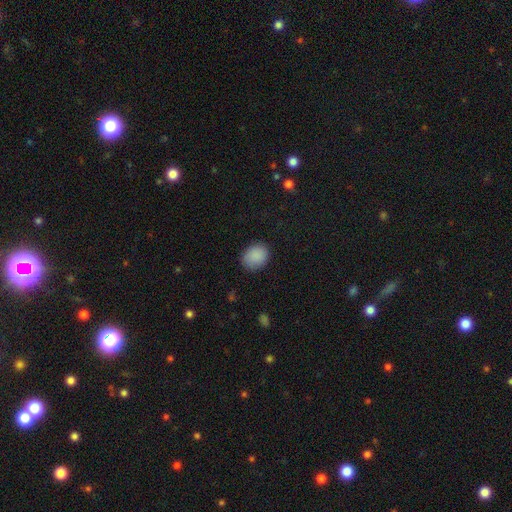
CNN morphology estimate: This appears to be a smooth galaxy with no disk features (89%) that is in between round and cigar-shaped (52%). Merging: none (85%).